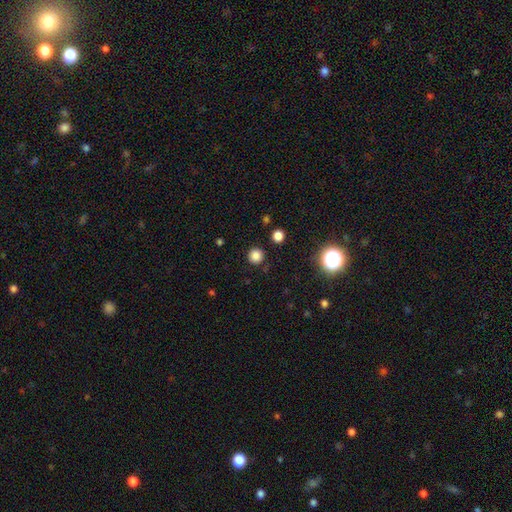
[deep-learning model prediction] A smooth galaxy with no disk features (82%) that is round (95%).

Vote fractions:
- Smooth or featured? smooth: 82% / star or artifact: 14% / featured or disk: 3%
- How rounded? round: 95% / in between: 4% / cigar-shaped: 1%
- Merging? none: 90% / minor disturbance: 6% / major disturbance: 2% / merger: 2%